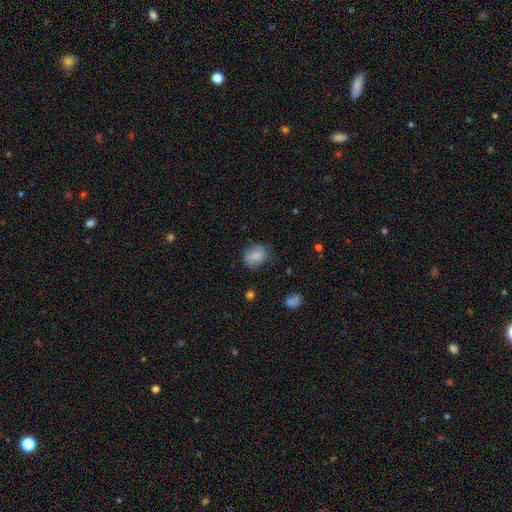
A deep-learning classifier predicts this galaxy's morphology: Smooth or featured?
  - smooth: 79% *
  - featured or disk: 13%
  - star or artifact: 8%
How rounded?
  - in between: 55% *
  - round: 44%
  - cigar-shaped: 1%
Merging?
  - none: 67% *
  - minor disturbance: 24%
  - major disturbance: 7%
  - merger: 2%